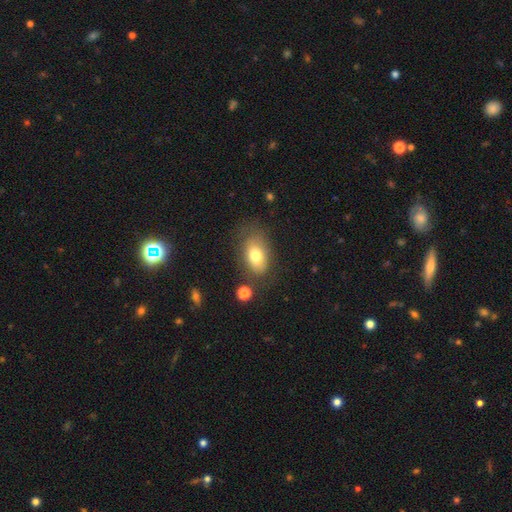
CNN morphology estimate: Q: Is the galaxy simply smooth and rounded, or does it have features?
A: smooth — 74%.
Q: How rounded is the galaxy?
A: in between — 86%.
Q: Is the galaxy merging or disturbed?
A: none — 67%.